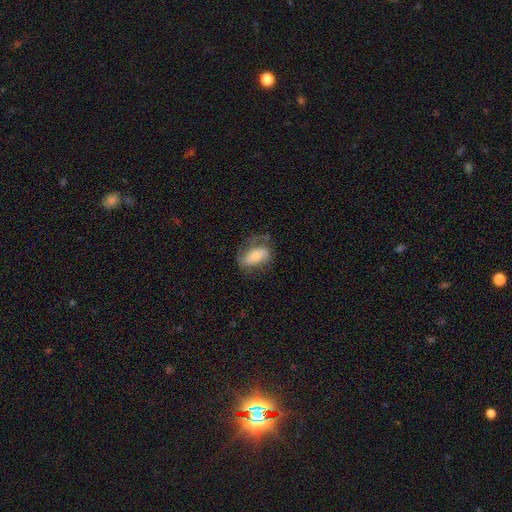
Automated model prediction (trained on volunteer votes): smooth 50%, featured or disk 43%, star or artifact 7%. Down the decision tree: merging — none (47%).